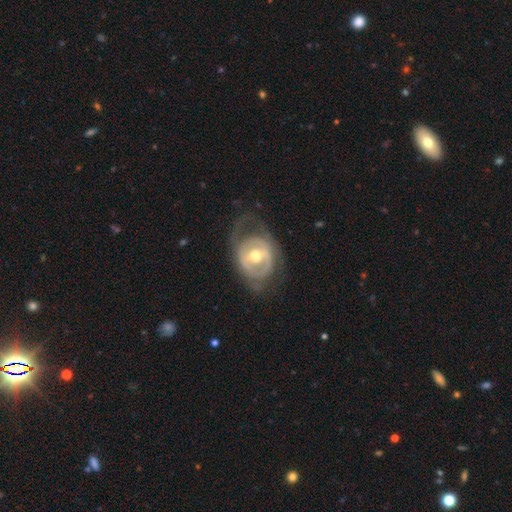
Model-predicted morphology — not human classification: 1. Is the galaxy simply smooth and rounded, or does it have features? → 73% featured or disk, 22% smooth, 5% star or artifact.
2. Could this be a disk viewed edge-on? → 95% no, 5% yes.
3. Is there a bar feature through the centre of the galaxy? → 38% weak, 33% strong, 28% no.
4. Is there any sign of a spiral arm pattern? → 55% no, 45% yes.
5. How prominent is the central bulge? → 74% moderate, 18% small, 7% large, 1% none, 1% dominant.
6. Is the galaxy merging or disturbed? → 57% none, 22% minor disturbance, 20% major disturbance, 1% merger.